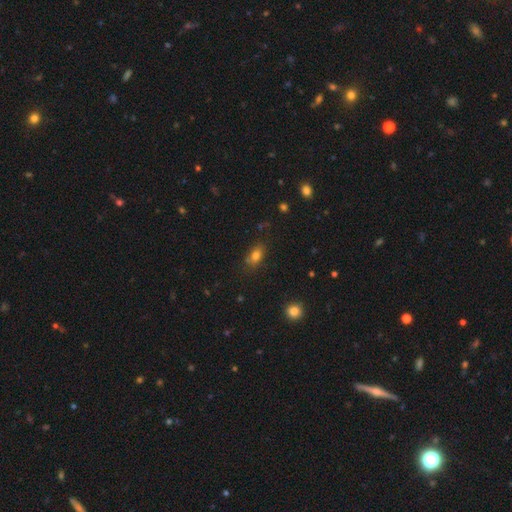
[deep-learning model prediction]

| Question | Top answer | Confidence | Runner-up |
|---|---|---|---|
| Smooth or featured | smooth | 78% | star or artifact (12%) |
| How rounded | in between | 81% | round (14%) |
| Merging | none | 71% | minor disturbance (18%) |